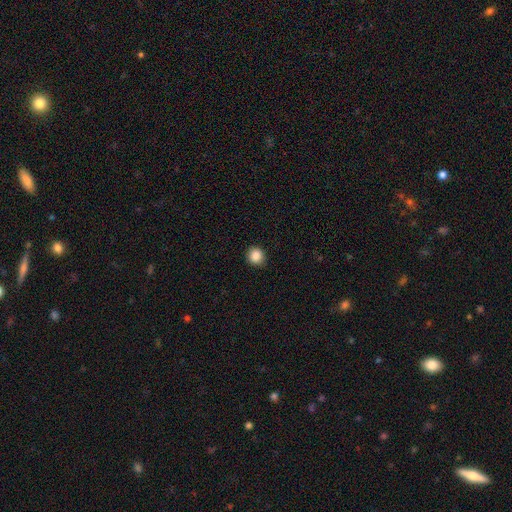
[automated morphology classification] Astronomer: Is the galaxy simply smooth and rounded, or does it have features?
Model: smooth — 87%.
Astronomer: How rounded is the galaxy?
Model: round — 89%.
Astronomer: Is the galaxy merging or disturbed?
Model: none — 91%.